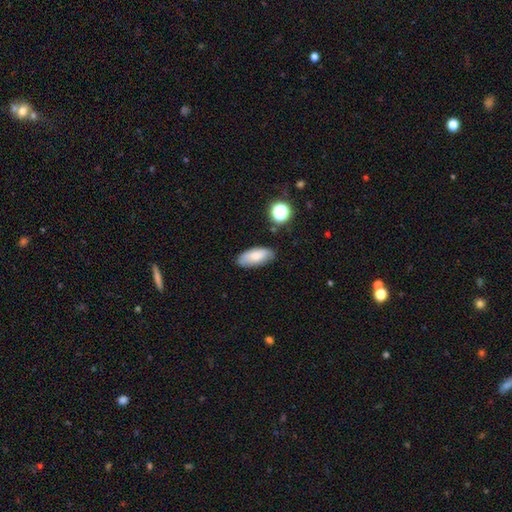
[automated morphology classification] The model was most divided on "smooth or featured": smooth: 76%, featured or disk: 16%, star or artifact: 8%. More confident: how rounded — in between (87%); merging — none (80%).